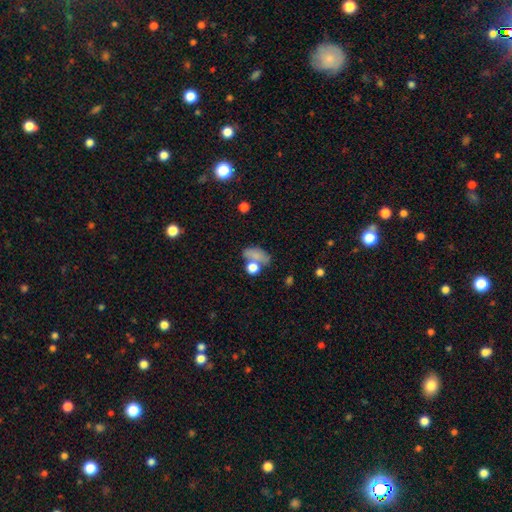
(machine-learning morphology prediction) The model was most divided on "merging": none: 40%, merger: 29%, minor disturbance: 18%, major disturbance: 13%. More confident: how rounded — in between (74%); smooth or featured — smooth (73%).